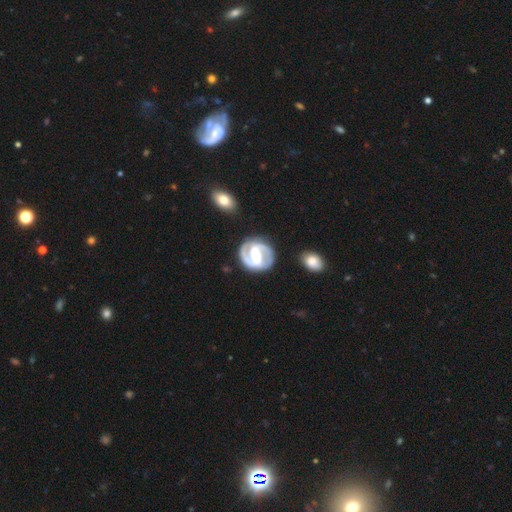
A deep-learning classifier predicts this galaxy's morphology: A featured or disk galaxy (90%) with a strong bar (61%), 2 (93%) medium (50%) spiral arms (96%) and a moderate central bulge (60%). Merging: none (83%).